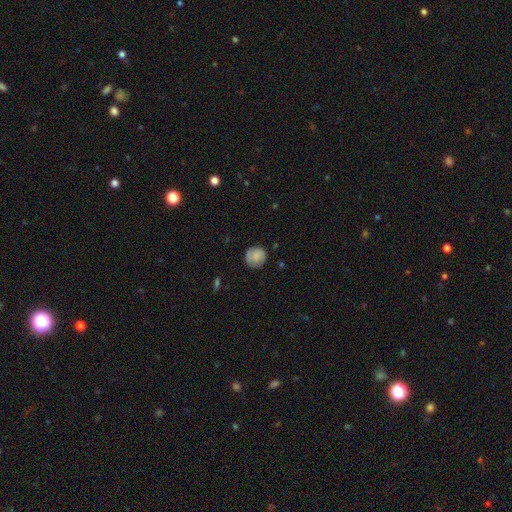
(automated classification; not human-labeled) This appears to be a smooth galaxy with no disk features (80%) that is round (92%). Merging: none (79%).